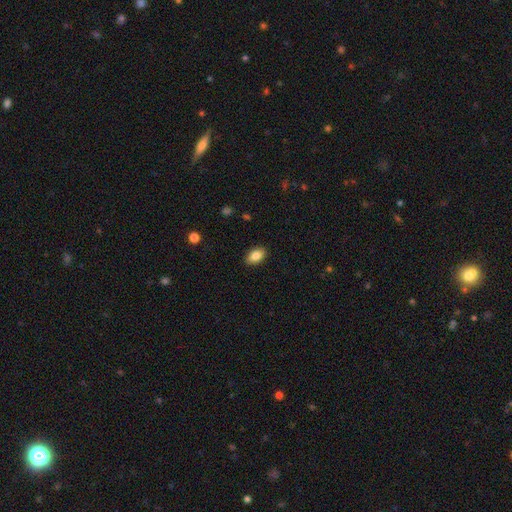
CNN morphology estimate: Smooth or featured?
  - smooth: 84% *
  - featured or disk: 9%
  - star or artifact: 8%
How rounded?
  - in between: 90% *
  - round: 8%
  - cigar-shaped: 2%
Merging?
  - none: 89% *
  - minor disturbance: 8%
  - major disturbance: 2%
  - merger: 1%